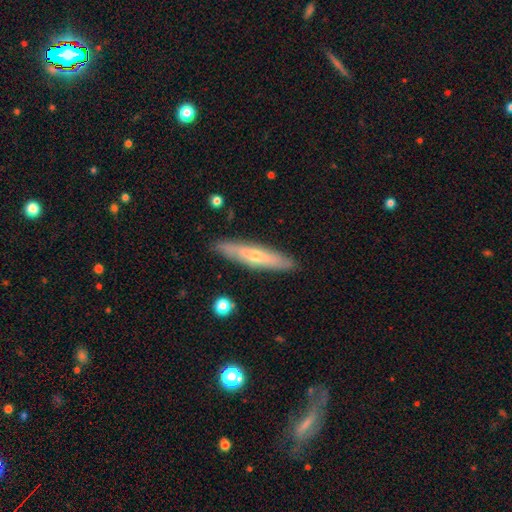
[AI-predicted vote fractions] smooth_or_featured: featured or disk (p=0.50) [alt: smooth p=0.44]
disk_edge_on: yes (p=0.73) [alt: no p=0.27]
merging: none (p=0.87) [alt: minor disturbance p=0.10]